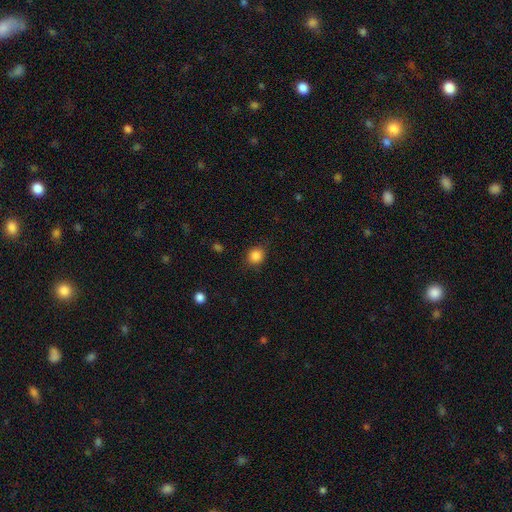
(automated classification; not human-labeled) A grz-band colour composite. It shows a smooth galaxy with no disk features (86%) that is round (75%). Merging: none (85%).